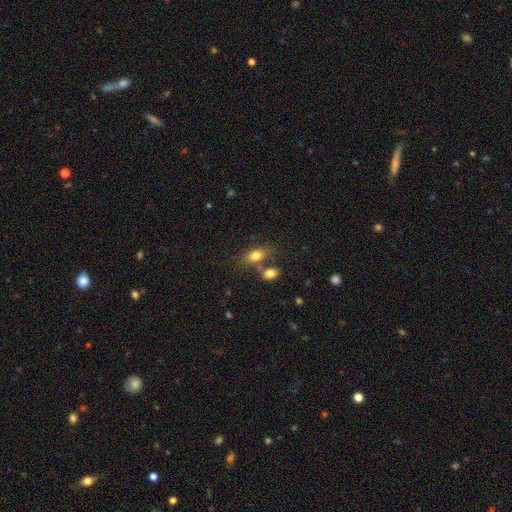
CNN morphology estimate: Smooth or featured? smooth (79%)
How rounded? in between (82%)
Merging? none (57%)